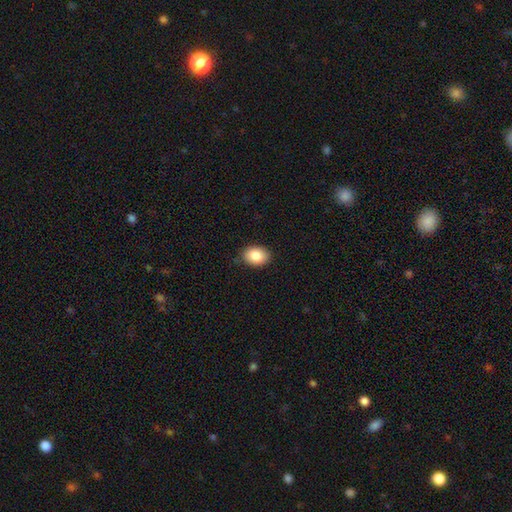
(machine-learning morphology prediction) smooth 85%, star or artifact 8%, featured or disk 7%. Down the decision tree: how rounded — in between (73%); merging — none (83%).